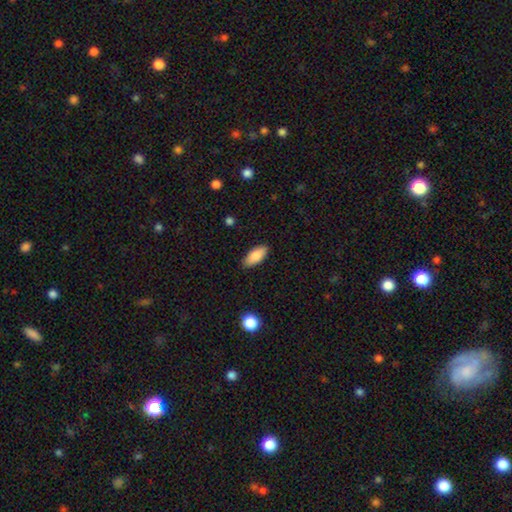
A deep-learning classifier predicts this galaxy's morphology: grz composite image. It shows a smooth galaxy with no disk features (86%) that is in between round and cigar-shaped (87%). Merging: none (86%).